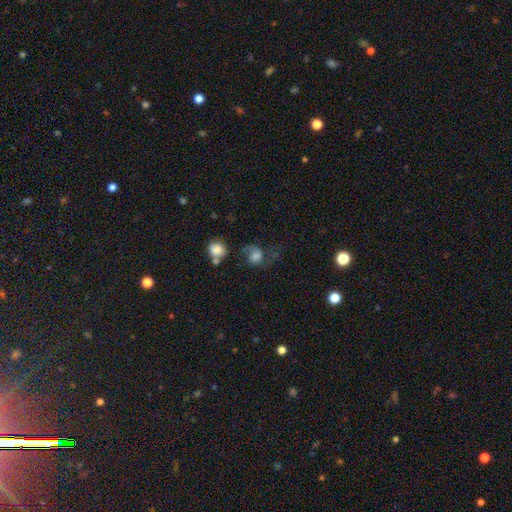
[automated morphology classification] Smooth or featured? smooth (57%)
How rounded? round (69%)
Merging? none (35%)